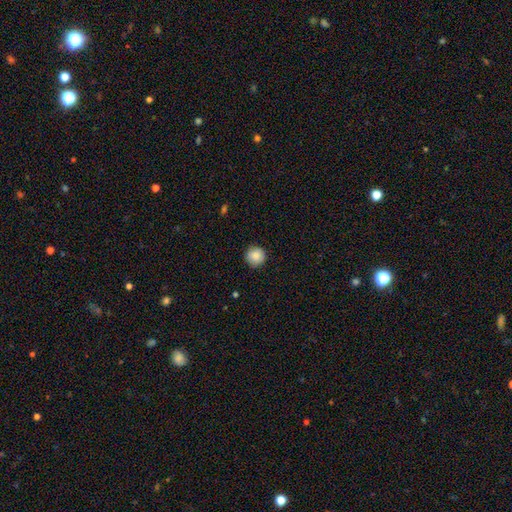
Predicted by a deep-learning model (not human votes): smooth-or-featured: smooth: 88% | star or artifact: 8% | featured or disk: 4%
  how-rounded: round: 95% | in between: 4% | cigar-shaped: 1%
  merging: none: 91% | minor disturbance: 7% | major disturbance: 2% | merger: 1%